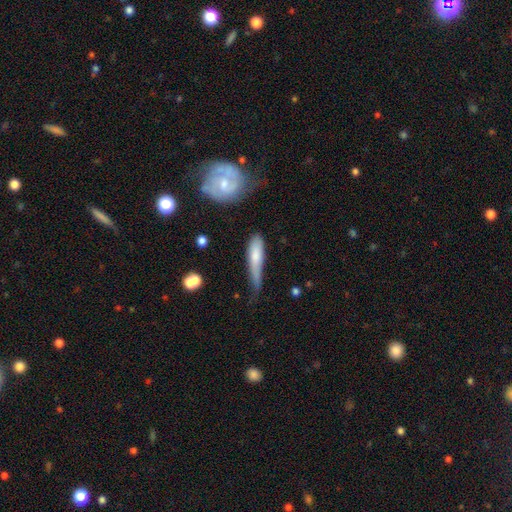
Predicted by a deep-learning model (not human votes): This is likely a smooth galaxy (70%). How rounded: likely cigar-shaped (69%). Merging: marginally minor disturbance (43%).